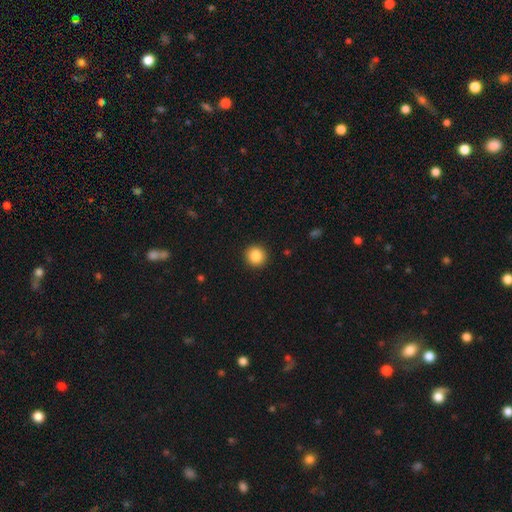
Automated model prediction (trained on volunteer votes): smooth-or-featured: smooth: 87% | star or artifact: 9% | featured or disk: 4%
  how-rounded: round: 94% | in between: 5% | cigar-shaped: 1%
  merging: none: 92% | minor disturbance: 5% | major disturbance: 2% | merger: 1%